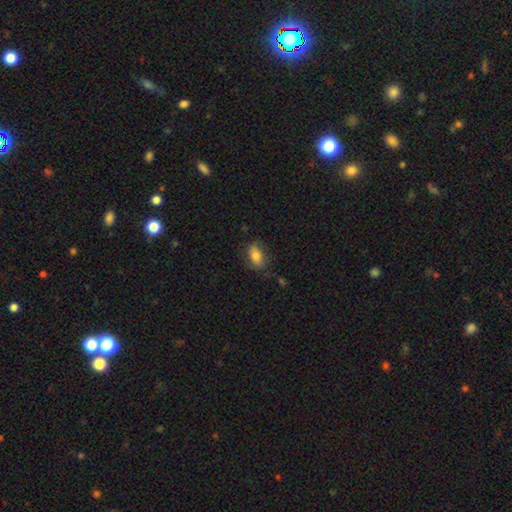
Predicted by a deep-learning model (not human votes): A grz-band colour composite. It shows a smooth galaxy with no disk features (77%) that is in between round and cigar-shaped (87%). Merging: none (68%).